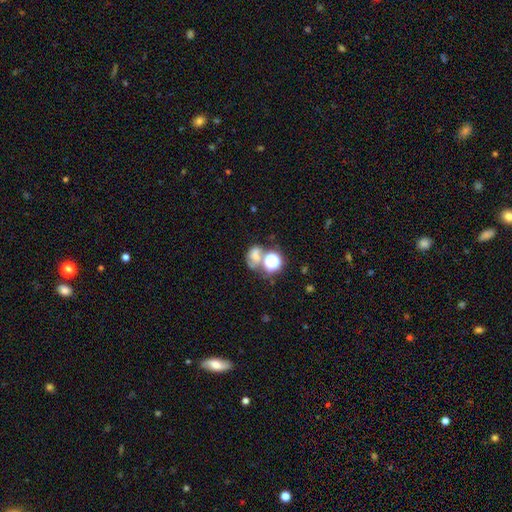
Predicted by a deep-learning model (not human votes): smooth_or_featured: smooth (p=0.52) [alt: star or artifact p=0.27]
how_rounded: round (p=0.53) [alt: in between p=0.46]
merging: merger (p=0.40) [alt: none p=0.34]